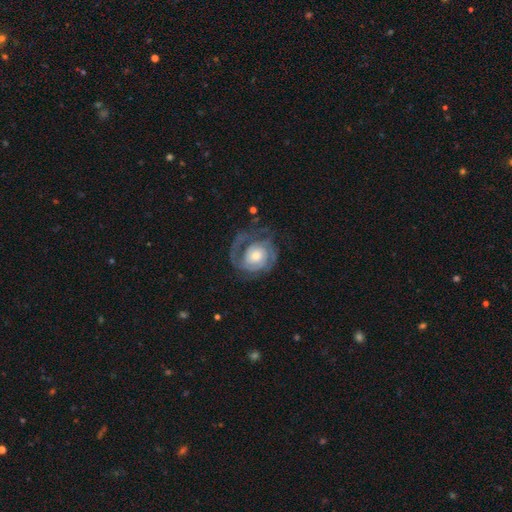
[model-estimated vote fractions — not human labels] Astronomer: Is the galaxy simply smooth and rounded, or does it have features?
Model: featured or disk — 84%.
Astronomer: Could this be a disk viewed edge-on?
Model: no — 98%.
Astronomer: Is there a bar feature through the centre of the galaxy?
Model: no — 73%.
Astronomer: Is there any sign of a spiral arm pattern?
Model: yes — 95%.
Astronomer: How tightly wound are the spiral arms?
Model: tight — 60%.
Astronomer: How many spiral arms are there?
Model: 2 — 46%.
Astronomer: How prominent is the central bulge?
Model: moderate — 51% (runner-up: small, 35%).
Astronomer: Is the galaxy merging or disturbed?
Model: none — 63%.